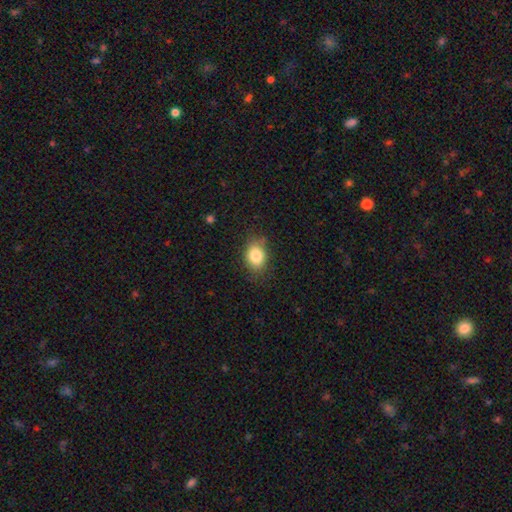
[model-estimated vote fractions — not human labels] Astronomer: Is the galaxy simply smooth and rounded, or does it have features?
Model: smooth — 83%.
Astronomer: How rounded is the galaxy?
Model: in between — 64%.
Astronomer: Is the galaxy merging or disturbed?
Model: none — 78%.